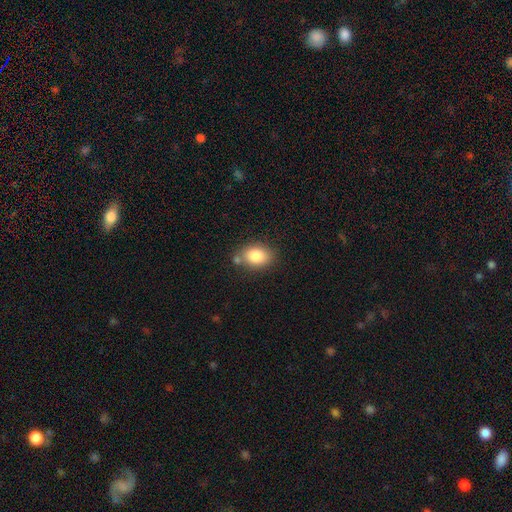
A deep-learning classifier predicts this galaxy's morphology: This appears to be a smooth galaxy with no disk features (83%) that is in between round and cigar-shaped (72%). Merging: none (72%).